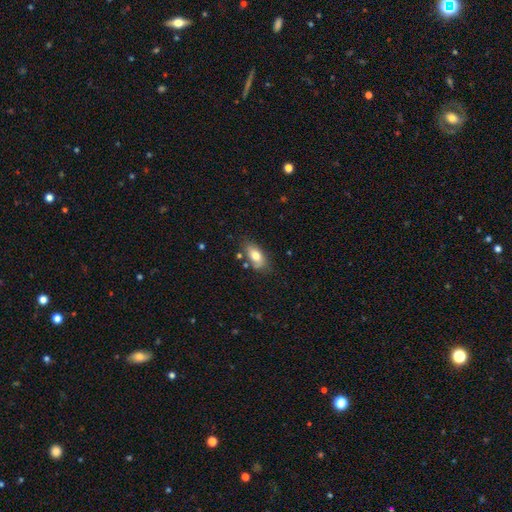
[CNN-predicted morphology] The model was most divided on "merging": none: 69%, minor disturbance: 21%, merger: 6%, major disturbance: 5%. More confident: how rounded — in between (88%); smooth or featured — smooth (76%).